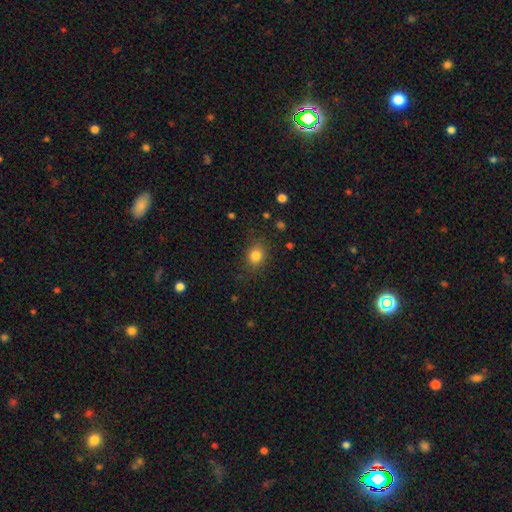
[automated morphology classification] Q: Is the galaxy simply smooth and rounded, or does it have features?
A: smooth — 82%.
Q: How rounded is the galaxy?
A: round — 60%.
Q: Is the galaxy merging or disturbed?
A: none — 83%.